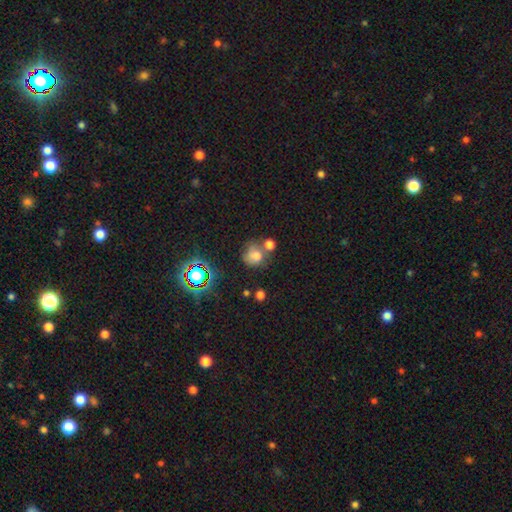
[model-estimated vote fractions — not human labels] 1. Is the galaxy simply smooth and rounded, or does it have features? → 68% smooth, 20% star or artifact, 12% featured or disk.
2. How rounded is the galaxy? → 78% round, 21% in between, 1% cigar-shaped.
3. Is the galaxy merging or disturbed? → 45% none, 31% merger, 16% minor disturbance, 8% major disturbance.